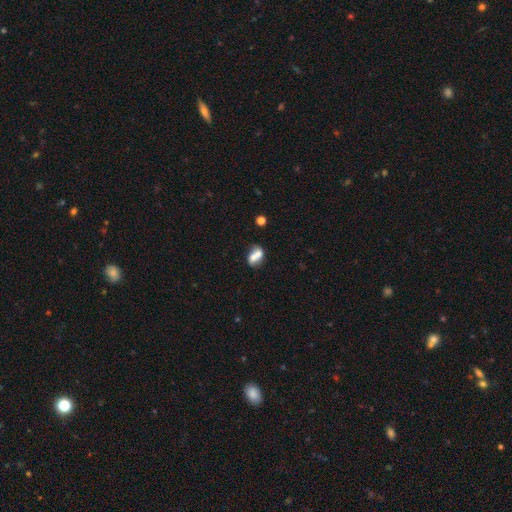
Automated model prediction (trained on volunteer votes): A smooth galaxy with no disk features (66%) that is in between round and cigar-shaped (72%). Merging: merger (50%).